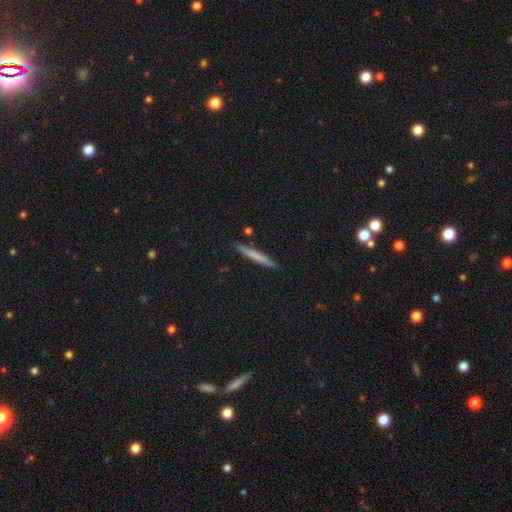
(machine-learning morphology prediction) smooth-or-featured: smooth: 66% | featured or disk: 28% | star or artifact: 6%
  how-rounded: cigar-shaped: 96% | in between: 3% | round: 1%
  merging: none: 89% | minor disturbance: 7% | merger: 2% | major disturbance: 1%